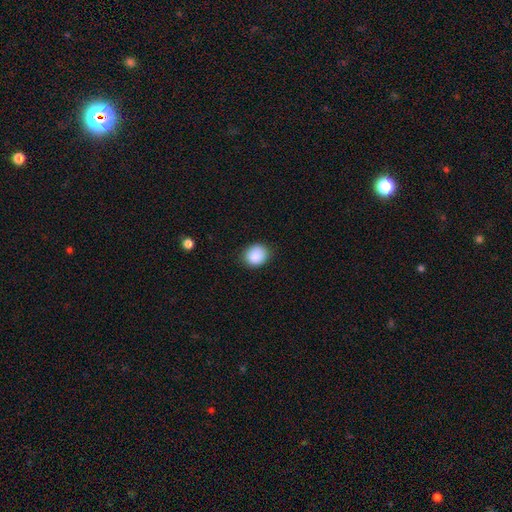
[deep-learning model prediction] A smooth galaxy with no disk features (89%) that is round (72%). Merging: none (86%).